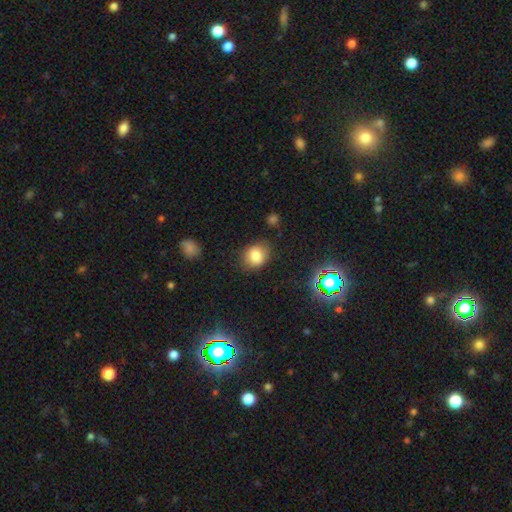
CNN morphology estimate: The model was most divided on "how rounded": round: 56%, in between: 43%, cigar-shaped: 1%. More confident: smooth or featured — smooth (81%); merging — none (79%).